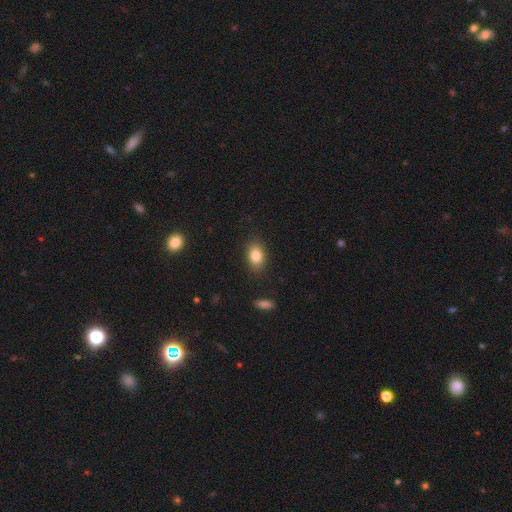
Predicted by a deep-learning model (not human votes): Overall: smooth (82%). How rounded: in between (81%). Merging: none (86%).